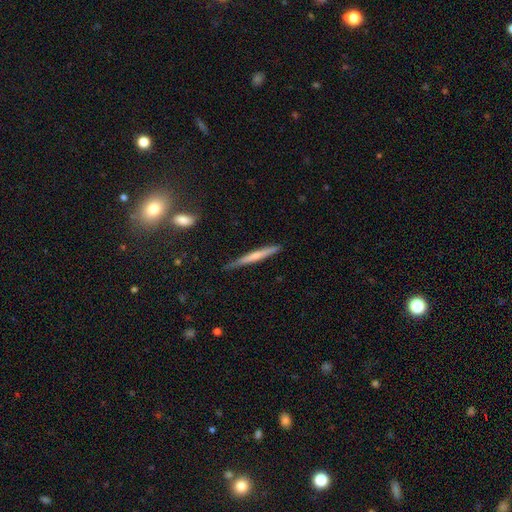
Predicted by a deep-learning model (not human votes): Overall: smooth (49%; featured or disk 45%). Merging: none (80%).